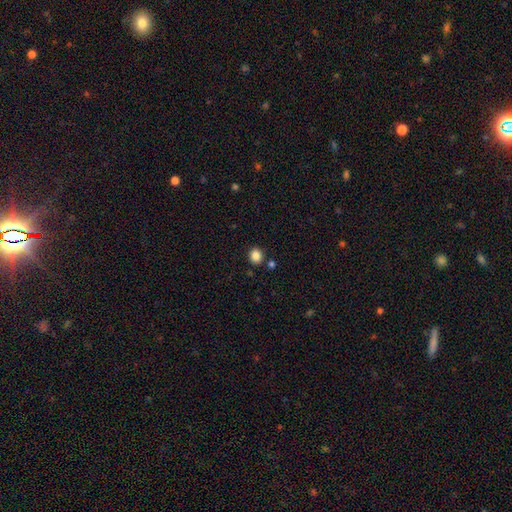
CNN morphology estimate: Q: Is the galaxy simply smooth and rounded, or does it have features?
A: smooth — 86%.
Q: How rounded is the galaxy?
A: round — 74%.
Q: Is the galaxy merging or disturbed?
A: none — 86%.